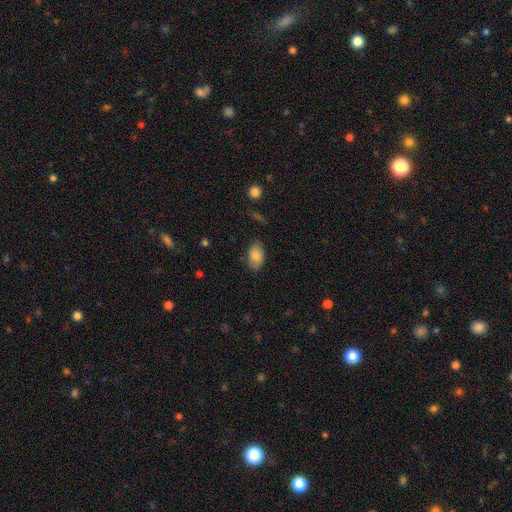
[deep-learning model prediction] Smooth or featured? Predicted: smooth (p=0.84). How rounded? Predicted: in between (p=0.92). Merging? Predicted: none (p=0.81).